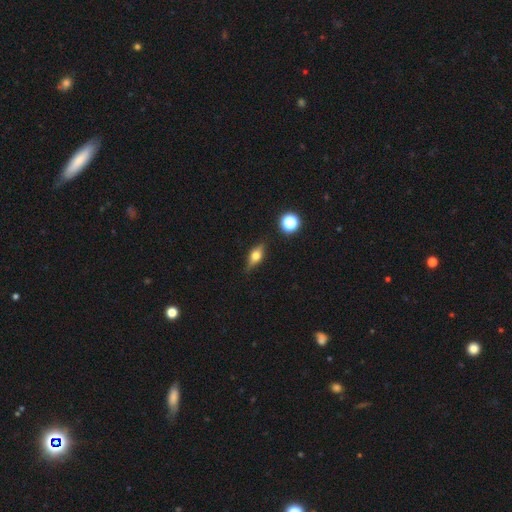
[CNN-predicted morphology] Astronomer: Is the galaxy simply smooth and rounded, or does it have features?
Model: smooth — 50% (runner-up: featured or disk, 40%).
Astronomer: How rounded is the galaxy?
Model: in between — 63%.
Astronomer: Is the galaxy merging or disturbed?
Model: none — 83%.